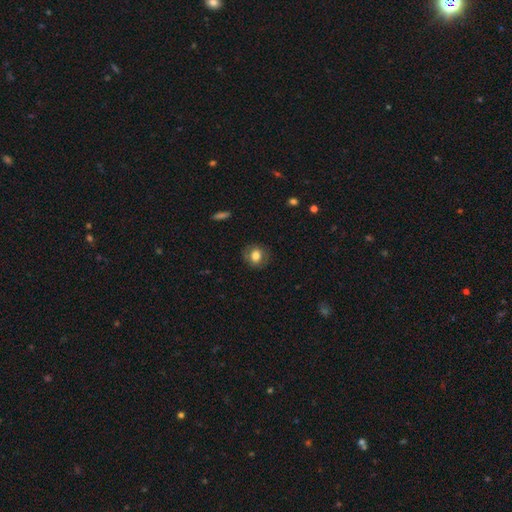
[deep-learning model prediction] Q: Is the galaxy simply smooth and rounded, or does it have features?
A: smooth — 73%.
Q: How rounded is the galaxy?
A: round — 73%.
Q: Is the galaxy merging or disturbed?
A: none — 84%.